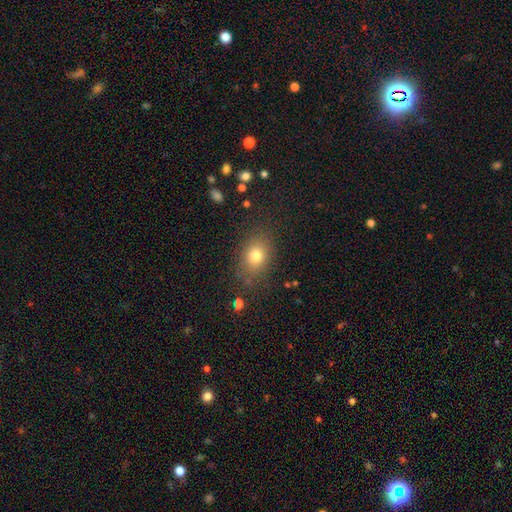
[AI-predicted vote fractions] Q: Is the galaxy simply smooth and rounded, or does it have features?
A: smooth — 77%.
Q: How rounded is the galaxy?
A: in between — 66%.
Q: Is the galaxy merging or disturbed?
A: none — 81%.